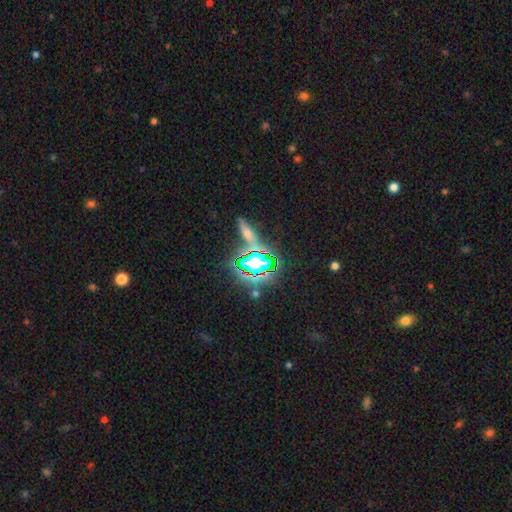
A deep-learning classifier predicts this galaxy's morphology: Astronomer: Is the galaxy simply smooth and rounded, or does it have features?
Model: star or artifact — 78%.